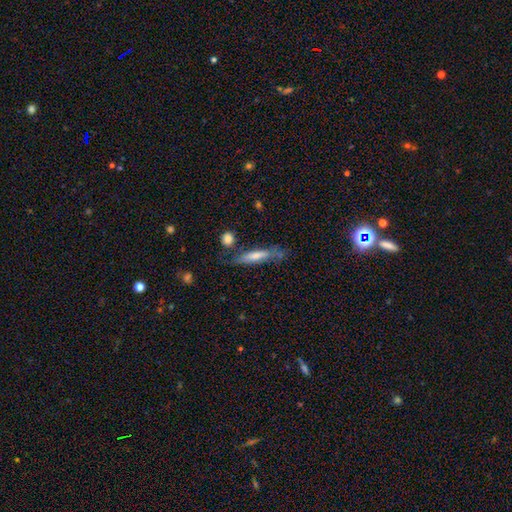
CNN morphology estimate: This appears to be a smooth galaxy with no disk features (61%) that is cigar-shaped (80%). Merging: none (60%).